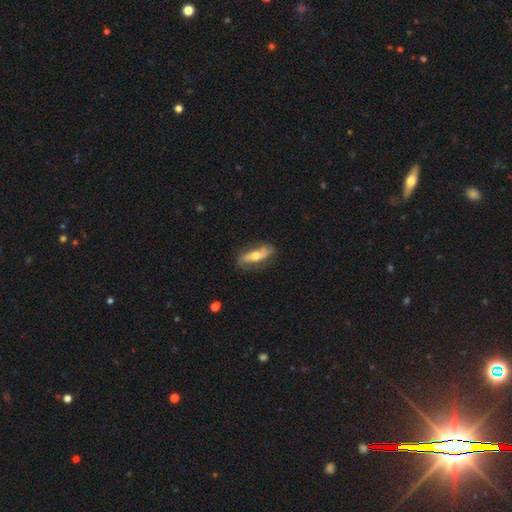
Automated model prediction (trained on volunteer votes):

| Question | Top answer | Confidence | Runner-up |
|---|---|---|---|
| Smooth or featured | featured or disk | 64% | smooth (30%) |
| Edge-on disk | no | 74% | yes (26%) |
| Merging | none | 73% | minor disturbance (19%) |